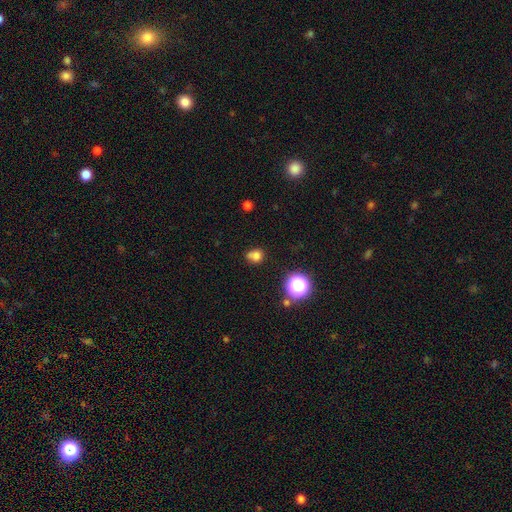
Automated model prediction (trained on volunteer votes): Smooth or featured? smooth (74%)
How rounded? round (68%)
Merging? none (56%)